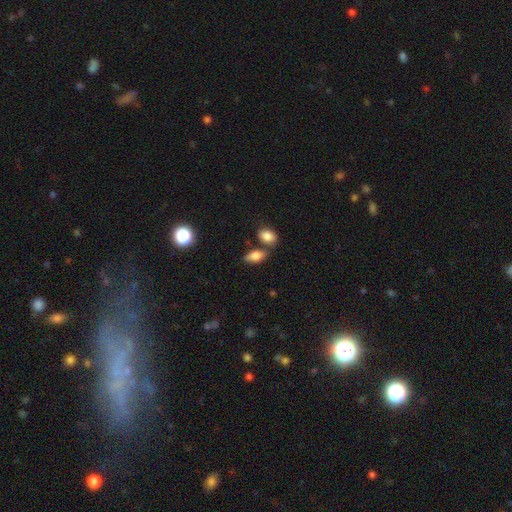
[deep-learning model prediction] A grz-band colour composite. It shows a smooth galaxy with no disk features (81%) that is in between round and cigar-shaped (86%). Merging: none (61%).